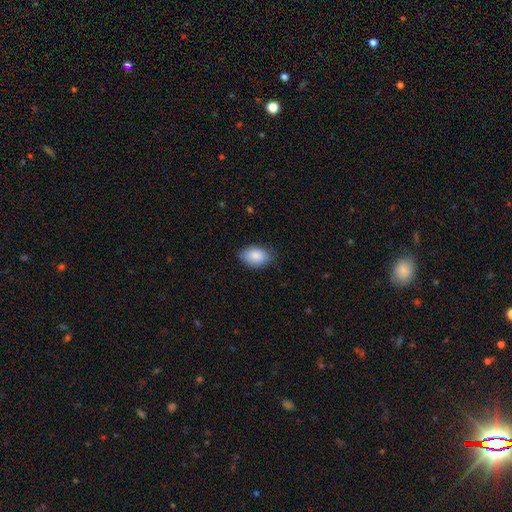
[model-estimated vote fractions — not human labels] smooth_or_featured: smooth (p=0.88) [alt: star or artifact p=0.06]
how_rounded: in between (p=0.91) [alt: round p=0.07]
merging: none (p=0.81) [alt: minor disturbance p=0.15]